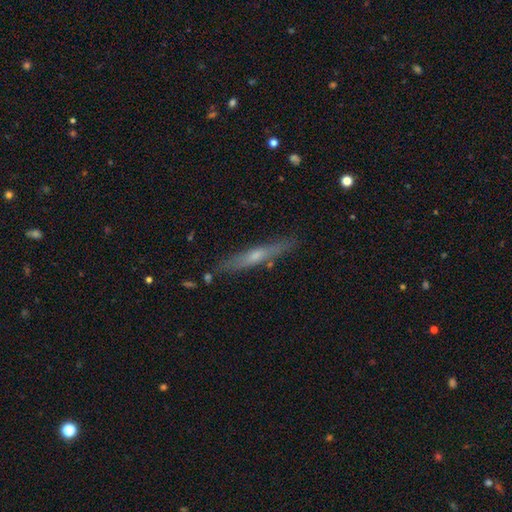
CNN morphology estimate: smooth_or_featured: featured or disk (p=0.61) [alt: smooth p=0.32]
disk_edge_on: yes (p=0.94) [alt: no p=0.06]
edge_on_bulge: rounded (p=0.69) [alt: none p=0.25]
merging: none (p=0.85) [alt: minor disturbance p=0.10]